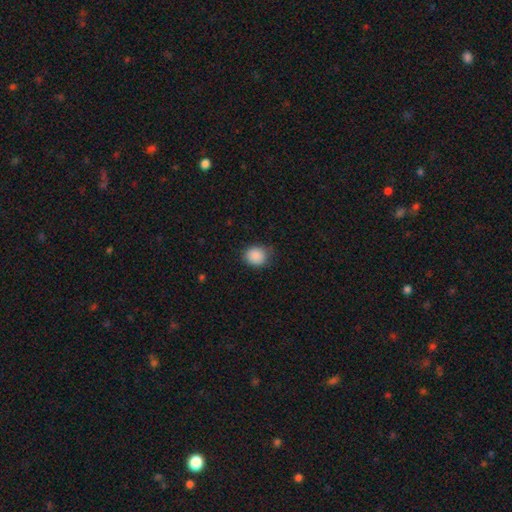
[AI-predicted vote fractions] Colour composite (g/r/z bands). It shows a smooth galaxy with no disk features (88%) that is round (75%). Merging: none (78%).